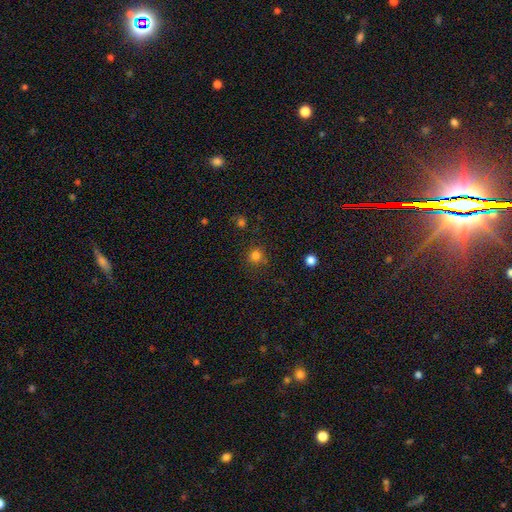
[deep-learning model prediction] A smooth galaxy with no disk features (79%) that is round (91%).

Vote fractions:
- Smooth or featured? smooth: 79% / star or artifact: 16% / featured or disk: 5%
- How rounded? round: 91% / in between: 8% / cigar-shaped: 1%
- Merging? none: 79% / minor disturbance: 11% / merger: 5% / major disturbance: 4%